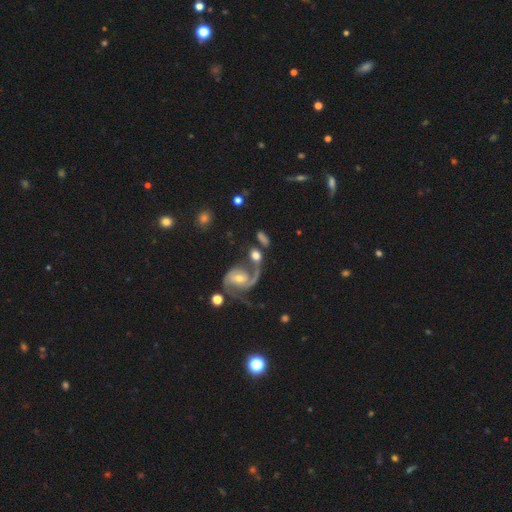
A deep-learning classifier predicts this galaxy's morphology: A featured or disk galaxy (61%) with no bar (48%), 2 (79%) loose (45%) spiral arms (89%) and a moderate central bulge (47%). Merging: none (40%).